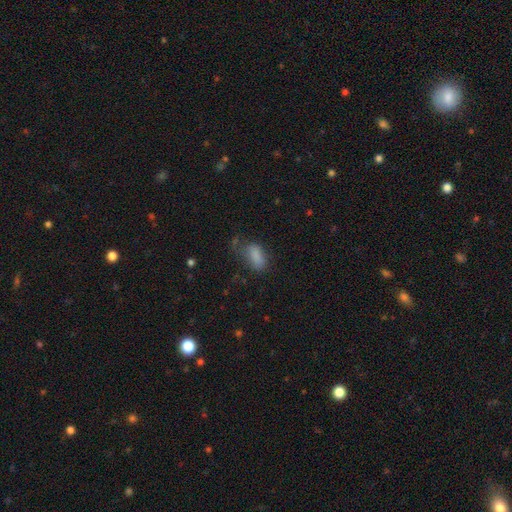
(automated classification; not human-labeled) Q: Smooth or featured?
A: smooth (81%); runner-up: star or artifact (10%)
Q: How rounded?
A: in between (89%); runner-up: cigar-shaped (6%)
Q: Merging?
A: none (45%); runner-up: minor disturbance (29%)